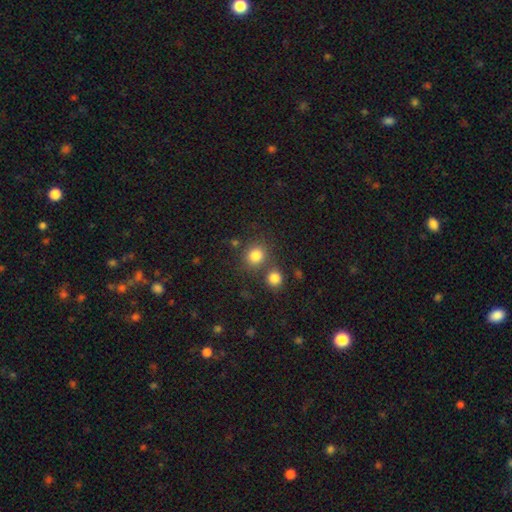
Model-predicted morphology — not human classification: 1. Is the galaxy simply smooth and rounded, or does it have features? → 82% smooth, 12% star or artifact, 6% featured or disk.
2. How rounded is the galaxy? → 81% round, 18% in between, 1% cigar-shaped.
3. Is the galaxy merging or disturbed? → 68% none, 19% merger, 9% minor disturbance, 4% major disturbance.